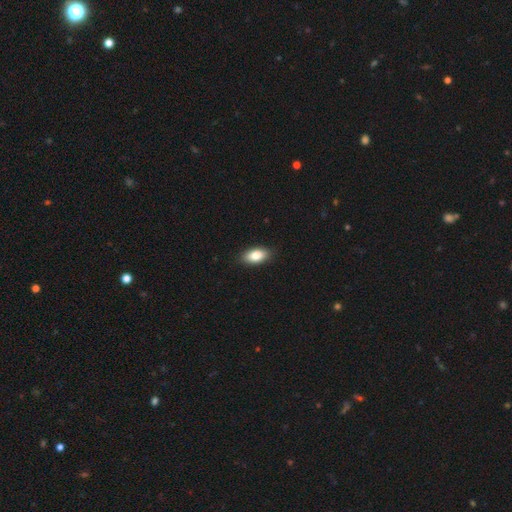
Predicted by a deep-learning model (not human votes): Q: Smooth or featured?
A: smooth (84%); runner-up: featured or disk (8%)
Q: How rounded?
A: in between (92%); runner-up: round (4%)
Q: Merging?
A: none (89%); runner-up: minor disturbance (9%)